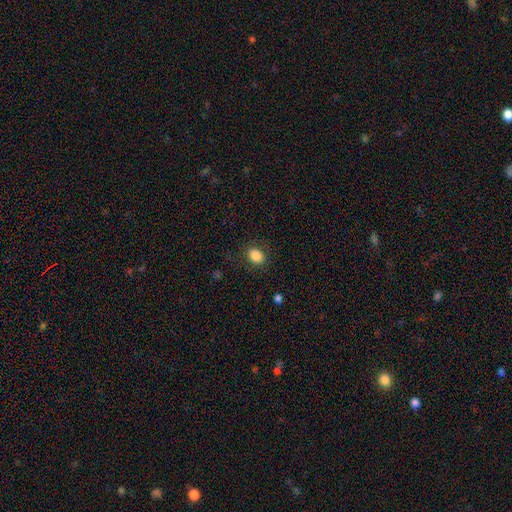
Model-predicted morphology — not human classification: smooth 85%, star or artifact 10%, featured or disk 5%. Down the decision tree: how rounded — round (51%); merging — none (85%).